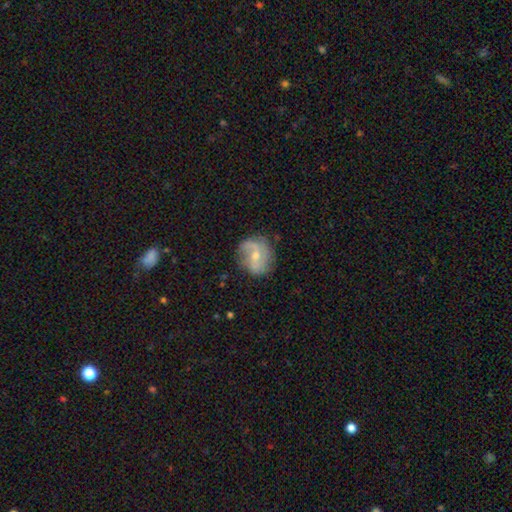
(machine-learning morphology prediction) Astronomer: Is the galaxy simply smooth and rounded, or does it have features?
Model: featured or disk — 73%.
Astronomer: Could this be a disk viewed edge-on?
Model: no — 98%.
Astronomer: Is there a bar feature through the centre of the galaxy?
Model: no — 48% (runner-up: weak, 42%).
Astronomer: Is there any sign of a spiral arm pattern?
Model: yes — 89%.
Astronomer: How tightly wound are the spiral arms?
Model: medium — 43% (runner-up: loose, 35%).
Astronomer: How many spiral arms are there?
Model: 2 — 69%.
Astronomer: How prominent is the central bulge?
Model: moderate — 52% (runner-up: small, 44%).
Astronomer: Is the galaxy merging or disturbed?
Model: none — 69%.